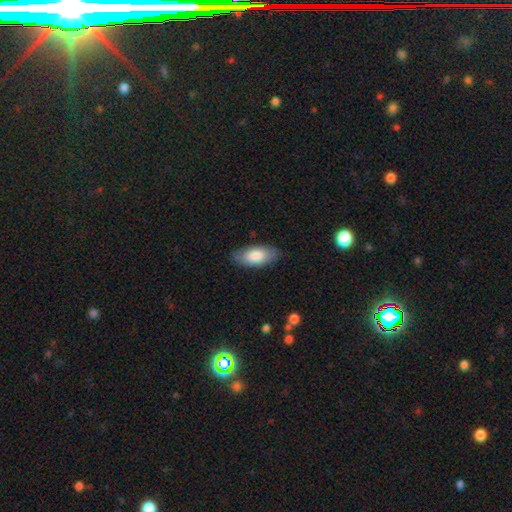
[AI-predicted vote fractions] Smooth or featured? Predicted: smooth (p=0.82). How rounded? Predicted: in between (p=0.90). Merging? Predicted: none (p=0.85).